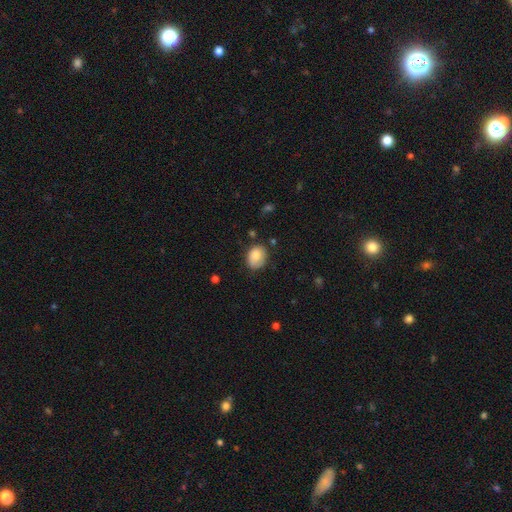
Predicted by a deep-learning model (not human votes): Smooth or featured?
  - smooth: 83% *
  - featured or disk: 10%
  - star or artifact: 8%
How rounded?
  - in between: 65% *
  - round: 34%
  - cigar-shaped: 1%
Merging?
  - none: 66% *
  - minor disturbance: 25%
  - major disturbance: 6%
  - merger: 2%